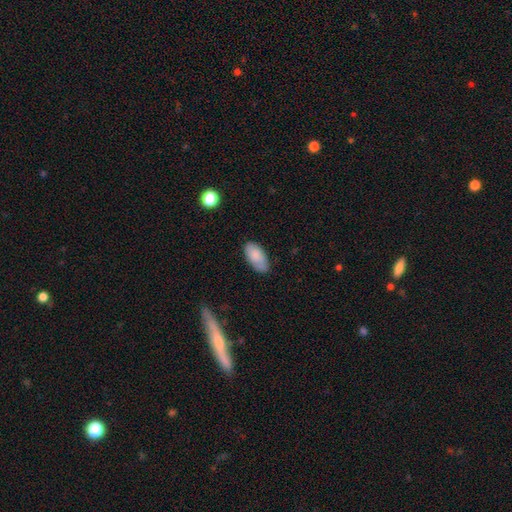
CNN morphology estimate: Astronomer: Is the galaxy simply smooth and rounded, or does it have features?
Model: smooth — 82%.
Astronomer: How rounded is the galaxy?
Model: in between — 94%.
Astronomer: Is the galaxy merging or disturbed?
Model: none — 75%.